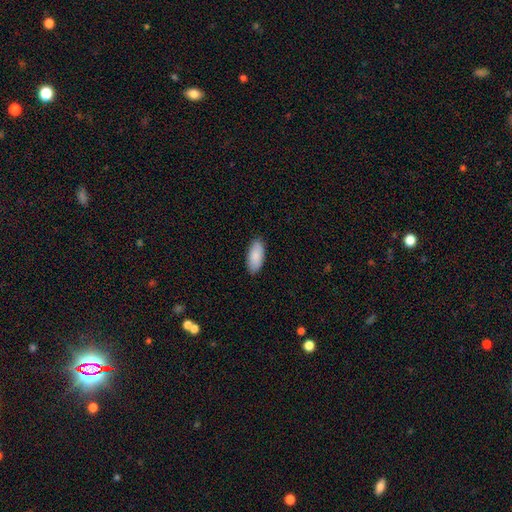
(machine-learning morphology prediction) A smooth galaxy with no disk features (89%) that is in between round and cigar-shaped (90%).

Vote fractions:
- Smooth or featured? smooth: 89% / star or artifact: 5% / featured or disk: 5%
- How rounded? in between: 90% / cigar-shaped: 9% / round: 2%
- Merging? none: 88% / minor disturbance: 9% / major disturbance: 2% / merger: 1%